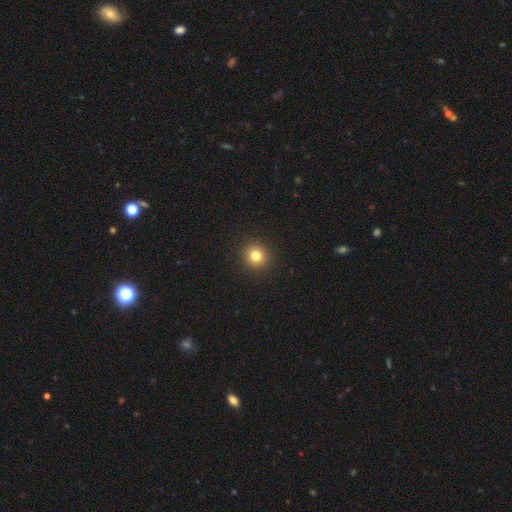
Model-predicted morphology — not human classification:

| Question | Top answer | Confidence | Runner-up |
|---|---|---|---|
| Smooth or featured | smooth | 81% | star or artifact (13%) |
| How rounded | round | 91% | in between (8%) |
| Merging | none | 93% | minor disturbance (4%) |